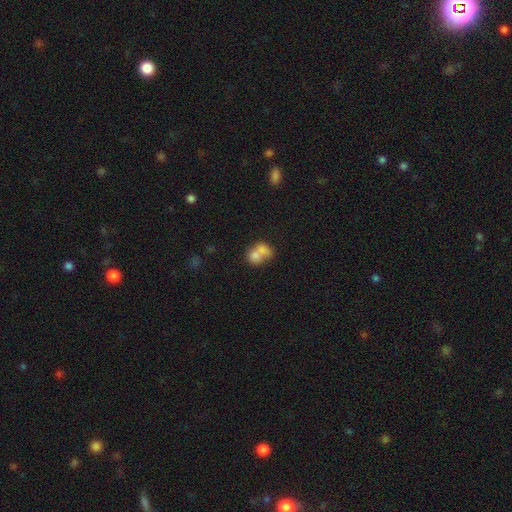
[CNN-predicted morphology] smooth-or-featured: smooth: 74% | featured or disk: 17% | star or artifact: 9%
  how-rounded: round: 50% | in between: 48% | cigar-shaped: 1%
  merging: merger: 72% | none: 18% | minor disturbance: 6% | major disturbance: 4%